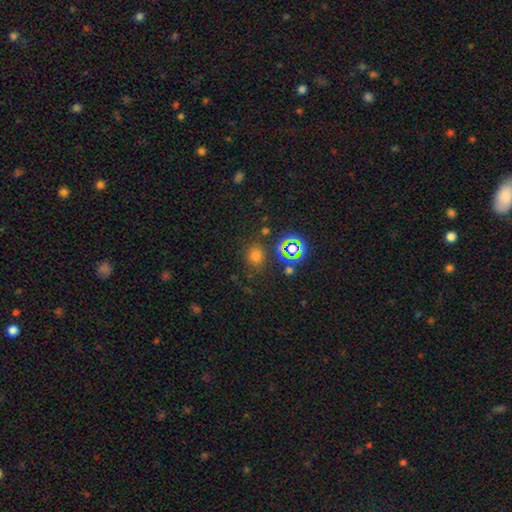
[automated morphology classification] smooth 61%, star or artifact 31%, featured or disk 8%. Down the decision tree: how rounded — round (73%); merging — none (75%).